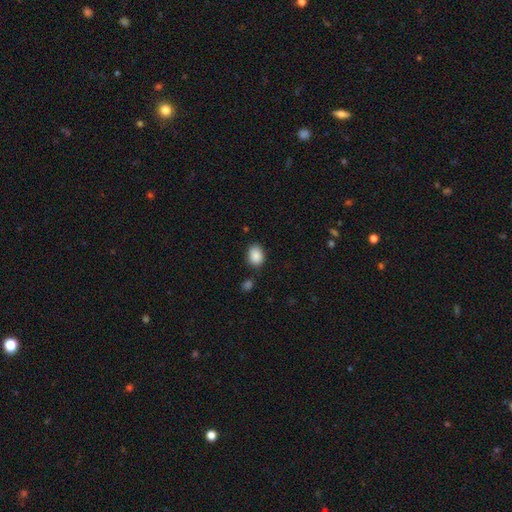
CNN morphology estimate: Q: Smooth or featured?
A: smooth (89%); runner-up: star or artifact (8%)
Q: How rounded?
A: in between (73%); runner-up: round (26%)
Q: Merging?
A: none (78%); runner-up: minor disturbance (14%)